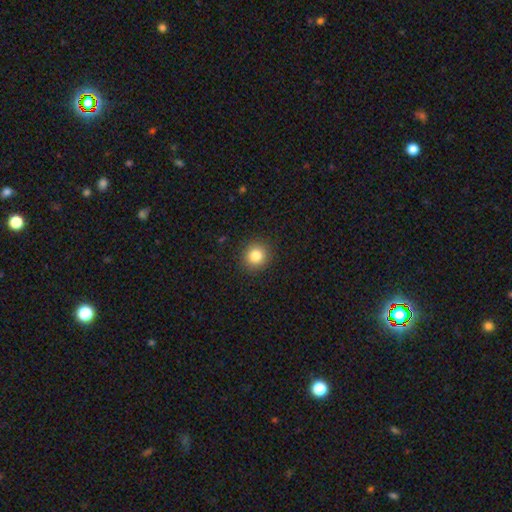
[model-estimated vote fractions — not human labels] Smooth or featured? smooth (83%)
How rounded? round (89%)
Merging? none (91%)